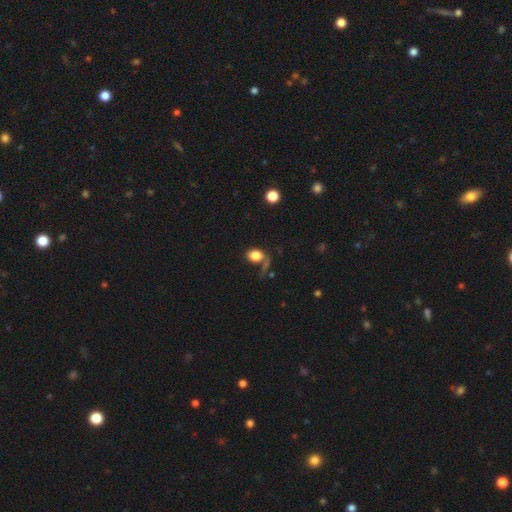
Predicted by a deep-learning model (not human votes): The model was most divided on "how rounded": in between: 60%, round: 39%, cigar-shaped: 2%. Remaining: smooth or featured — smooth (79%); merging — none (45%).